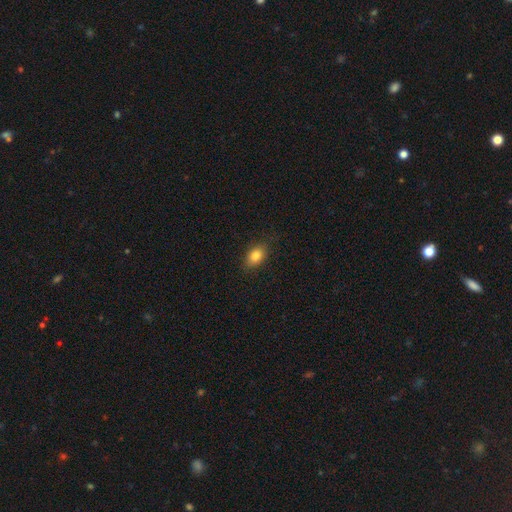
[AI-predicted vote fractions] Smooth or featured? smooth (82%)
How rounded? in between (80%)
Merging? none (84%)